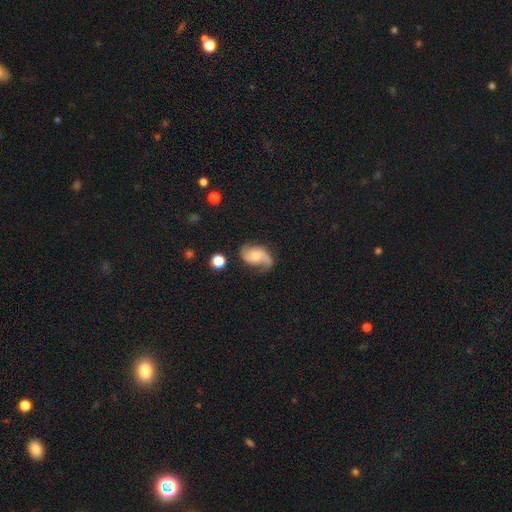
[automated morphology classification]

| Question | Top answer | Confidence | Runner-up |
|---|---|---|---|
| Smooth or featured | featured or disk | 79% | smooth (14%) |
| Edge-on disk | no | 97% | yes (3%) |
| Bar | no | 61% | weak (33%) |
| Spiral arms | yes | 95% | no (5%) |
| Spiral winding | loose | 49% | medium (39%) |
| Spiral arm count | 2 | 87% | 1 (6%) |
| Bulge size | moderate | 54% | small (32%) |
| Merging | none | 70% | minor disturbance (19%) |